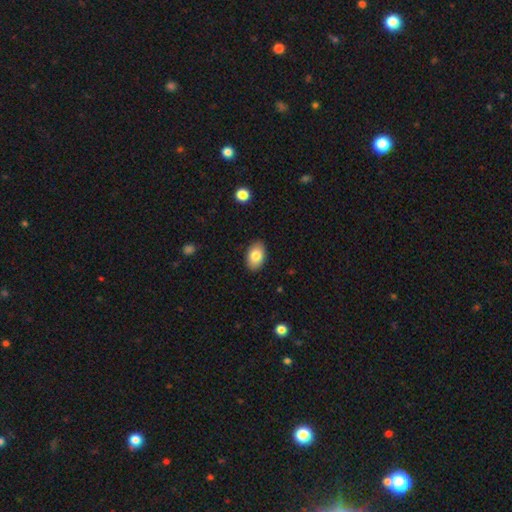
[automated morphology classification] This is clearly a smooth galaxy (83%). How rounded: clearly in between (91%). Merging: clearly none (88%).